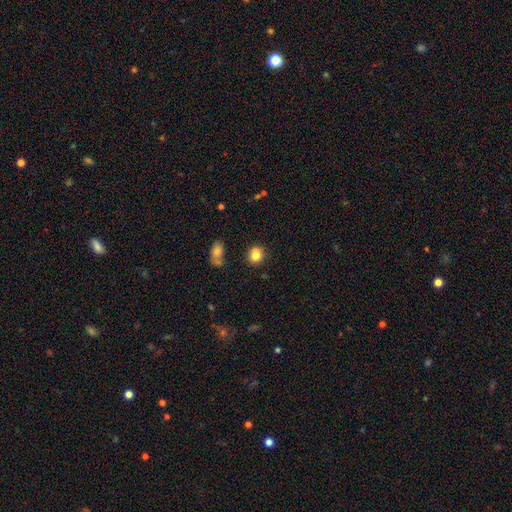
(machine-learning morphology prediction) Smooth or featured? Predicted: smooth (p=0.81). How rounded? Predicted: round (p=0.80). Merging? Predicted: none (p=0.76).